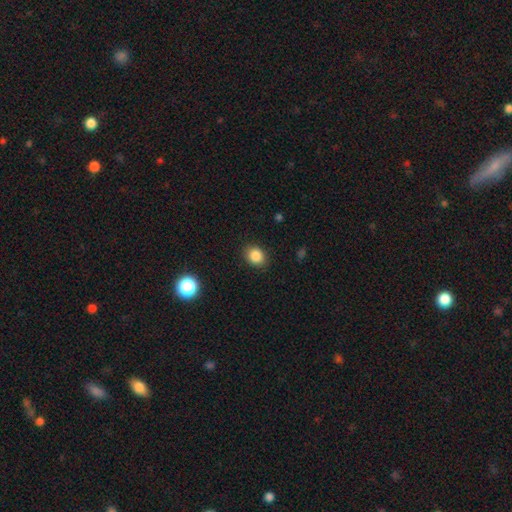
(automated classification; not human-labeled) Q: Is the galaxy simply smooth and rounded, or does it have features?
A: smooth — 85%.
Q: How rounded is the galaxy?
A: round — 53%.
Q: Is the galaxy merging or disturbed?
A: none — 87%.